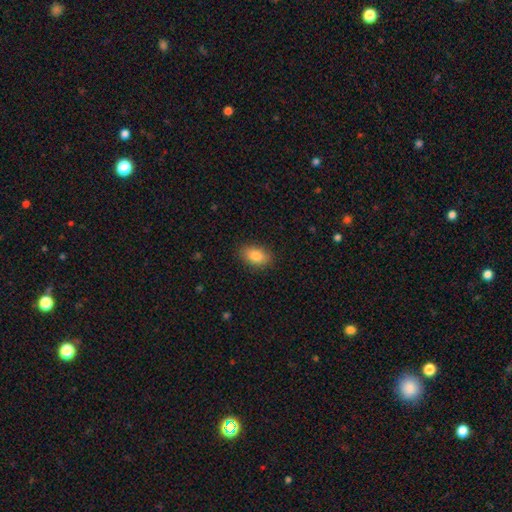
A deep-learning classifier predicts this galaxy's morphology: smooth-or-featured: smooth: 84% | star or artifact: 8% | featured or disk: 8%
  how-rounded: in between: 88% | round: 10% | cigar-shaped: 2%
  merging: none: 88% | minor disturbance: 9% | major disturbance: 2% | merger: 1%